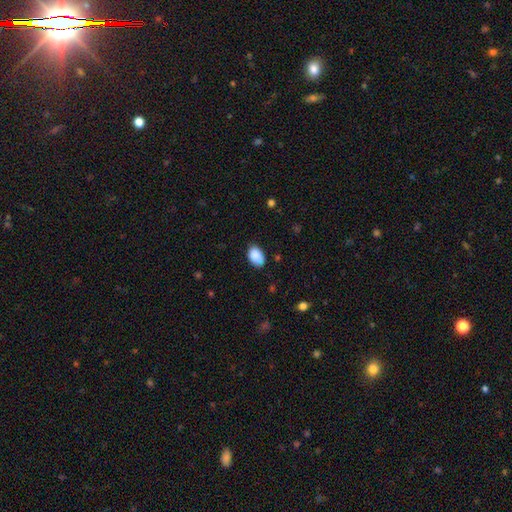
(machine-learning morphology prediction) The model was most divided on "merging": none: 80%, minor disturbance: 17%, major disturbance: 3%, merger: 1%. More confident: how rounded — in between (91%); smooth or featured — smooth (90%).